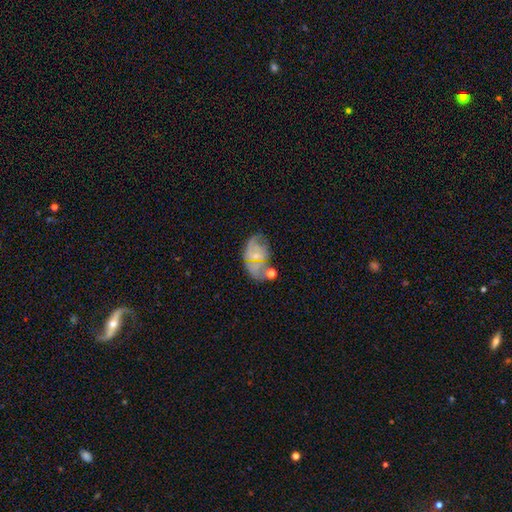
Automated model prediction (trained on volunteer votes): A featured or disk galaxy (44%).

Vote fractions:
- Smooth or featured? featured or disk: 44% / smooth: 42% / star or artifact: 14%
- Merging? none: 40% / minor disturbance: 26% / major disturbance: 21% / merger: 13%